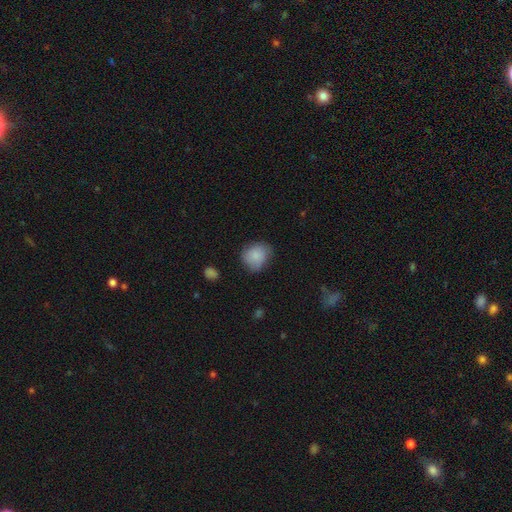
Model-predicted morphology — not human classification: Q: Smooth or featured?
A: smooth (83%); runner-up: featured or disk (9%)
Q: How rounded?
A: round (68%); runner-up: in between (31%)
Q: Merging?
A: none (61%); runner-up: minor disturbance (30%)